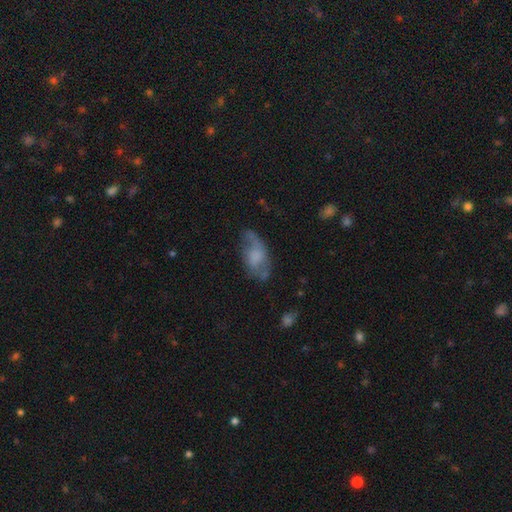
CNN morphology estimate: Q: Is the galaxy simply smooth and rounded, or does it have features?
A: featured or disk — 46%.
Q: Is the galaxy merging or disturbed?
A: none — 50%.